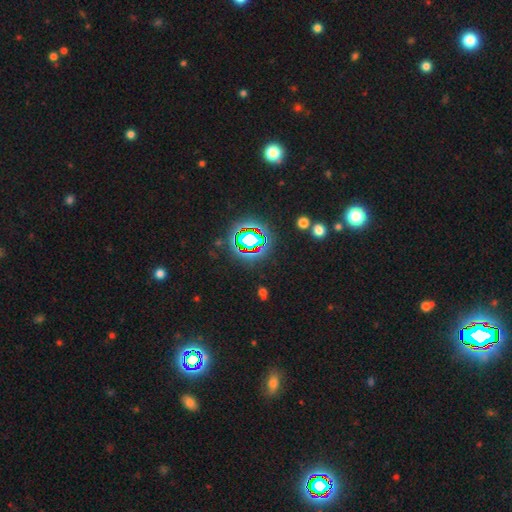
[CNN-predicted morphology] Q: Smooth or featured?
A: star or artifact (79%); runner-up: smooth (13%)